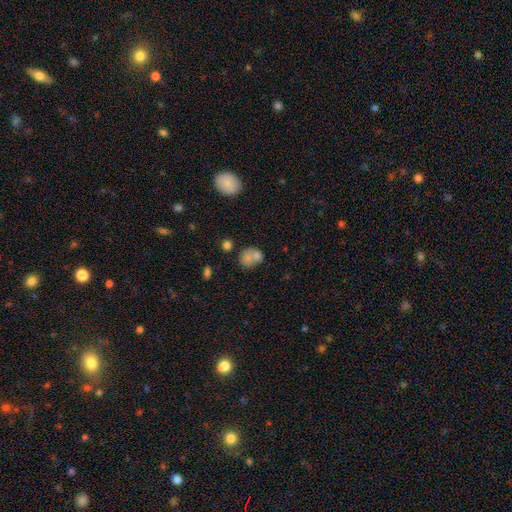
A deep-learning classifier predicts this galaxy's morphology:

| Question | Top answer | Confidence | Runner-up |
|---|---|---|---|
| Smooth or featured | smooth | 70% | featured or disk (20%) |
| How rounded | round | 60% | in between (39%) |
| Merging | merger | 48% | none (33%) |